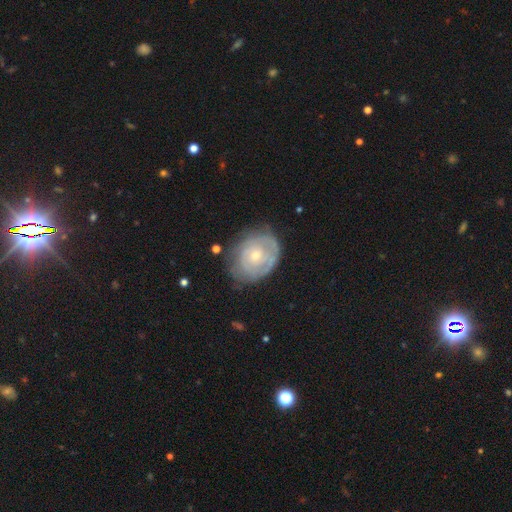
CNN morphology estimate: Smooth or featured?
  - featured or disk: 66% *
  - smooth: 28%
  - star or artifact: 6%
Edge-on disk?
  - no: 97% *
  - yes: 3%
Bar?
  - no: 82% *
  - weak: 16%
  - strong: 2%
Spiral arms?
  - yes: 71% *
  - no: 29%
Bulge size?
  - small: 52% *
  - moderate: 43%
  - large: 2%
  - none: 1%
  - dominant: 1%
Merging?
  - none: 67% *
  - minor disturbance: 23%
  - major disturbance: 8%
  - merger: 2%